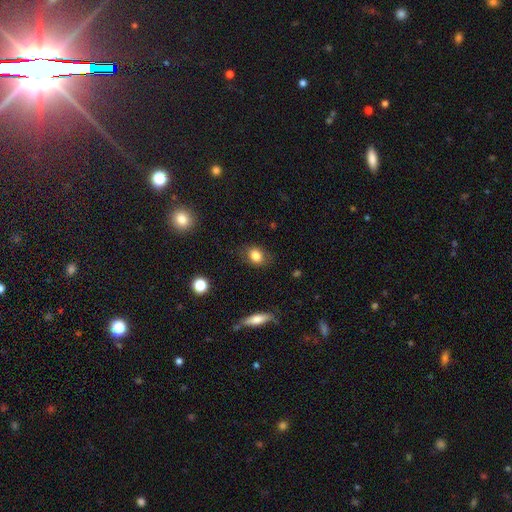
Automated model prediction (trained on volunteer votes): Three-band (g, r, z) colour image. It shows a smooth galaxy with no disk features (82%) that is in between round and cigar-shaped (67%). Merging: none (80%).